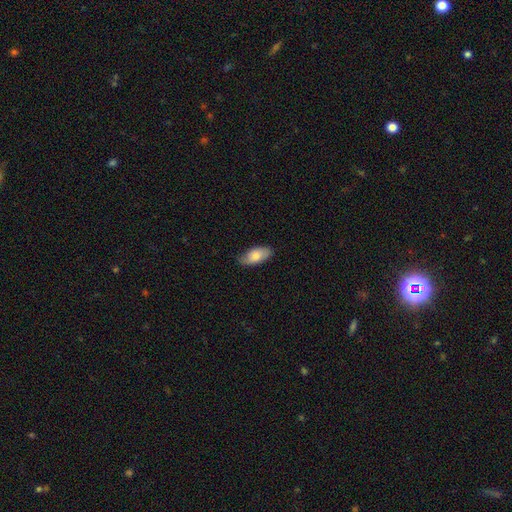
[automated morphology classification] smooth 79%, featured or disk 16%, star or artifact 6%. Down the decision tree: how rounded — in between (91%); merging — none (80%).